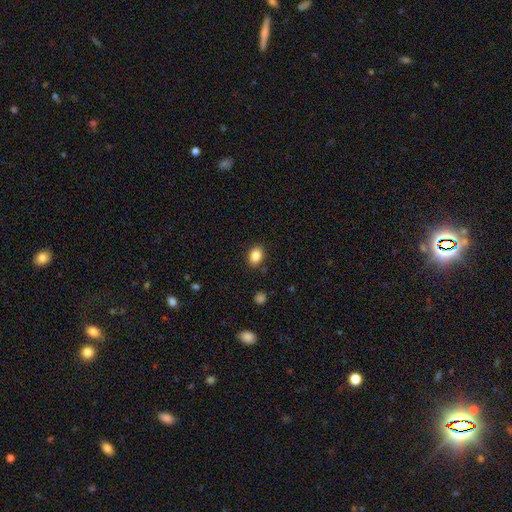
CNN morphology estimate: This appears to be a smooth galaxy with no disk features (85%) that is in between round and cigar-shaped (68%). Merging: none (86%).